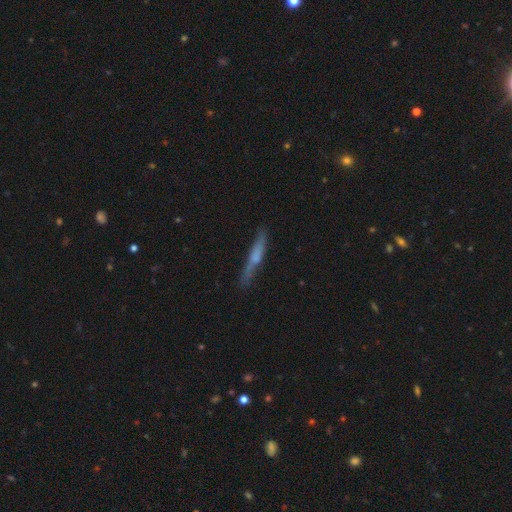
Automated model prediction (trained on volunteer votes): The model was most divided on "smooth or featured": smooth: 50%, featured or disk: 43%, star or artifact: 7%. More confident: merging — none (77%).